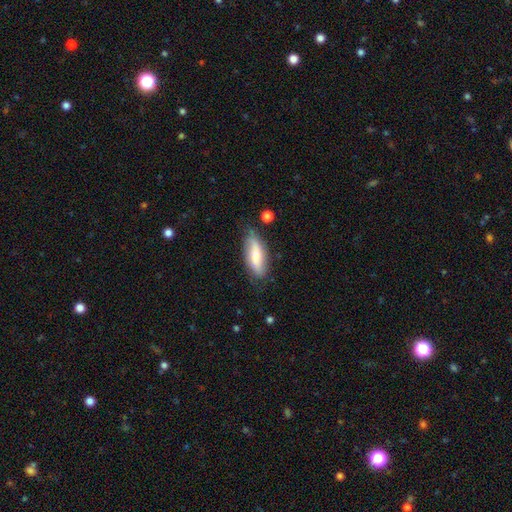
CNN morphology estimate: type=smooth (63%); roundness=in between (64%); merging=none (66%).